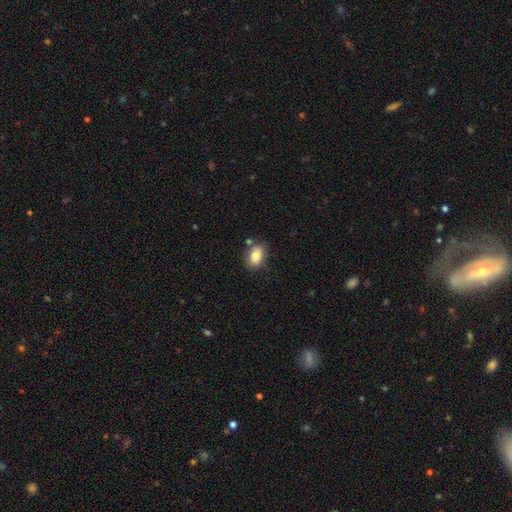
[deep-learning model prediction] Morphology: type=smooth (83%); roundness=in between (85%); merging=none (72%).